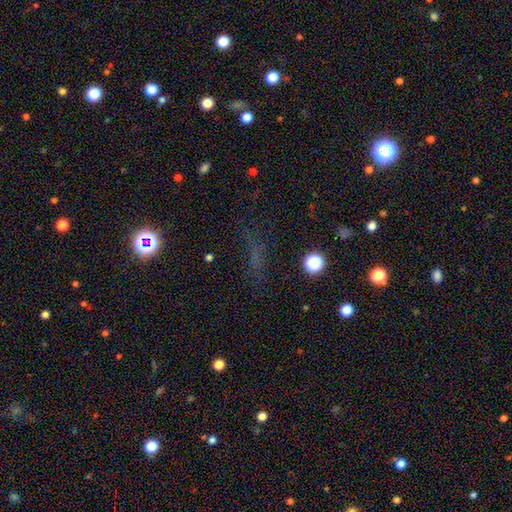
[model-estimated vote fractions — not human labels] Smooth or featured: star or artifact — 47% (smooth — 39%)